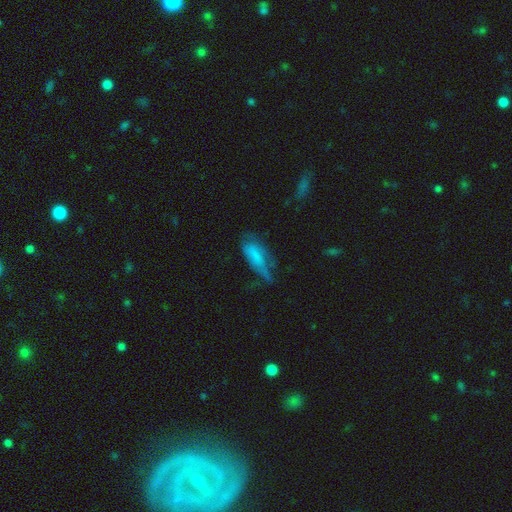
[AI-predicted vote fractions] Smooth or featured? Predicted: smooth (p=0.62). How rounded? Predicted: in between (p=0.69). Merging? Predicted: minor disturbance (p=0.35).